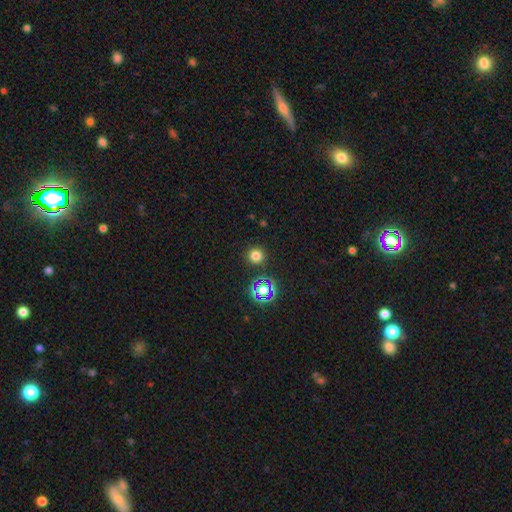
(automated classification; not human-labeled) Smooth or featured? Predicted: smooth (p=0.73). How rounded? Predicted: round (p=0.93). Merging? Predicted: none (p=0.89).